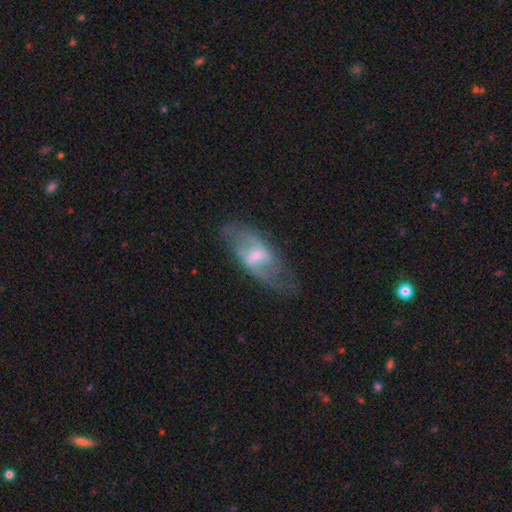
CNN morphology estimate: This is likely a featured or disk galaxy (74%). It is clearly not viewed edge-on (89%). Bar: possibly weak (54%). Spiral arm pattern: likely yes (80%). Spiral arm count: likely 2 (78%). Spiral winding: possibly loose (46%). Central bulge: possibly moderate (47%). Merging: likely none (68%).